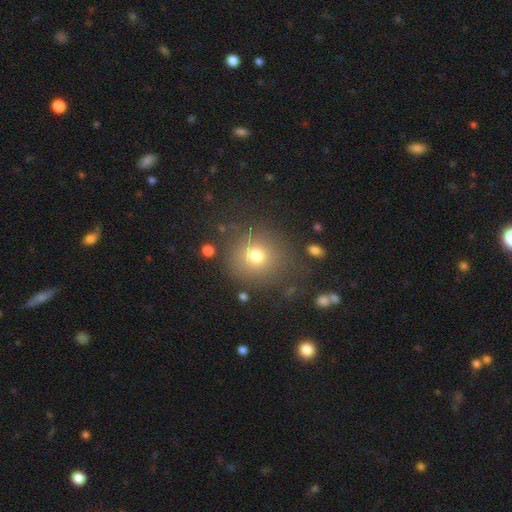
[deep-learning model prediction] Overall: smooth (73%). How rounded: round (88%). Merging: none (78%).